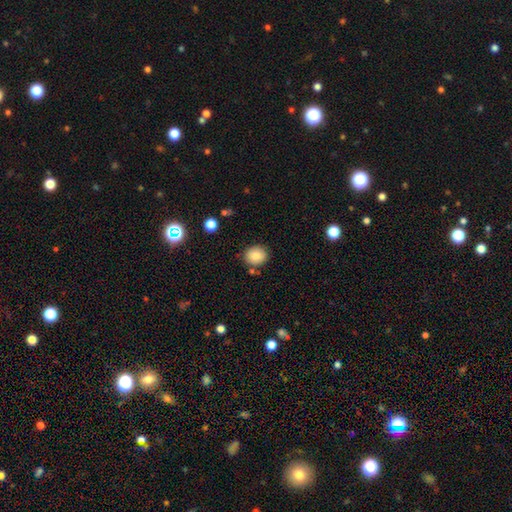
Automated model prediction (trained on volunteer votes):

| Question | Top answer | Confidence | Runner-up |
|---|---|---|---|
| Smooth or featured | smooth | 84% | star or artifact (9%) |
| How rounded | round | 71% | in between (29%) |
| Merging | none | 83% | minor disturbance (11%) |